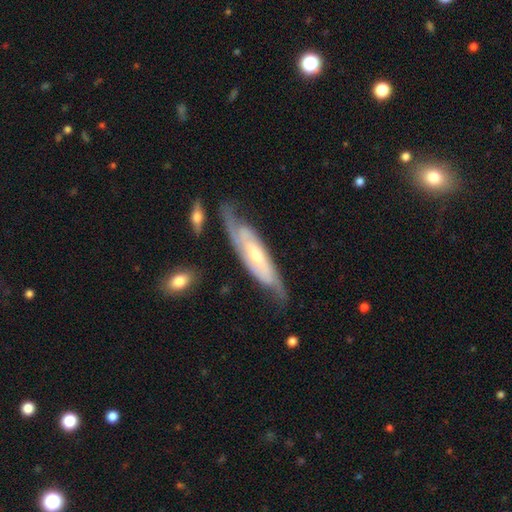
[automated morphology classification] The model was most divided on "bulge size": moderate: 48%, small: 44%, large: 5%, none: 2%, dominant: 1%. Remaining: spiral arms — yes (93%); smooth or featured — featured or disk (79%); edge-on disk — no (74%); merging — none (62%); spiral arm count — 2 (59%); spiral winding — tight (49%); bar — no (45%).